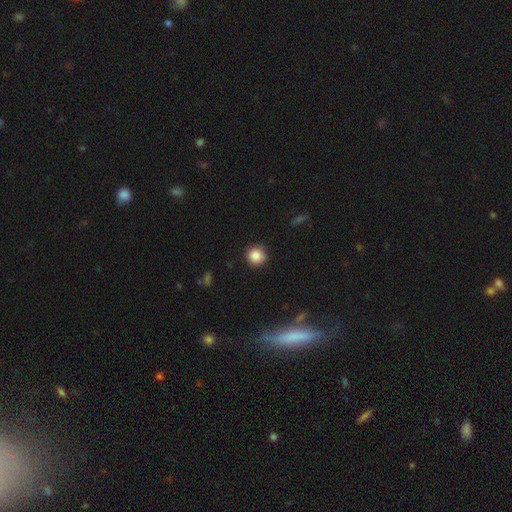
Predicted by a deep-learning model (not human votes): Overall: smooth (86%). How rounded: round (92%). Merging: none (86%).